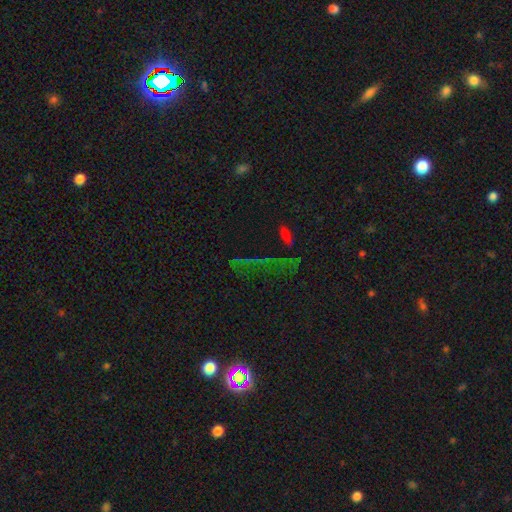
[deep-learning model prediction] This appears to be a star or artifact, not a galaxy (67%).